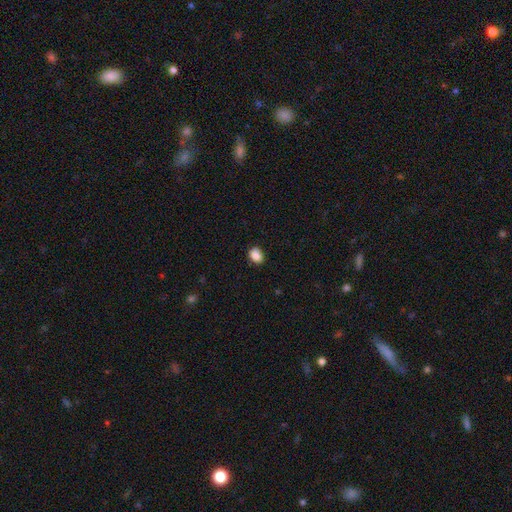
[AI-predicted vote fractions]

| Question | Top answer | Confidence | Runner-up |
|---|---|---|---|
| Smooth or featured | smooth | 88% | star or artifact (9%) |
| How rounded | in between | 64% | round (35%) |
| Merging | none | 88% | minor disturbance (9%) |